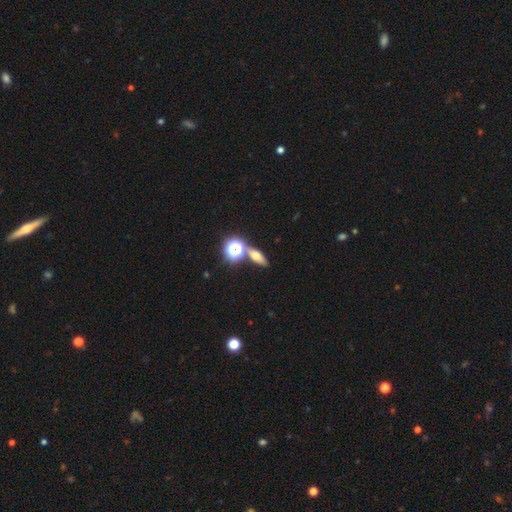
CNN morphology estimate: Smooth or featured?
  - smooth: 57% *
  - featured or disk: 23%
  - star or artifact: 21%
How rounded?
  - in between: 53% *
  - cigar-shaped: 26%
  - round: 21%
Merging?
  - none: 73% *
  - merger: 14%
  - minor disturbance: 9%
  - major disturbance: 3%